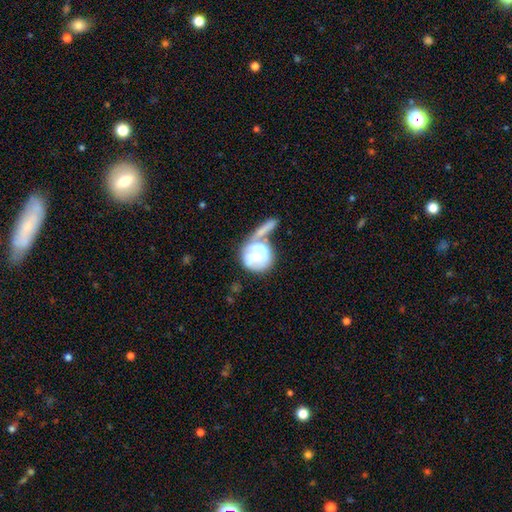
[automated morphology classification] Q: Smooth or featured?
A: featured or disk (48%); runner-up: smooth (45%)
Q: Merging?
A: merger (39%); runner-up: none (25%)